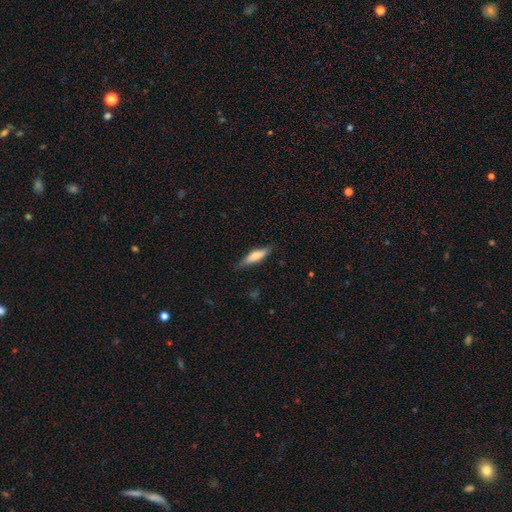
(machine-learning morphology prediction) Smooth or featured: smooth — 63% (featured or disk — 31%)
How rounded: cigar-shaped — 65% (in between — 33%)
Merging: none — 78% (minor disturbance — 18%)